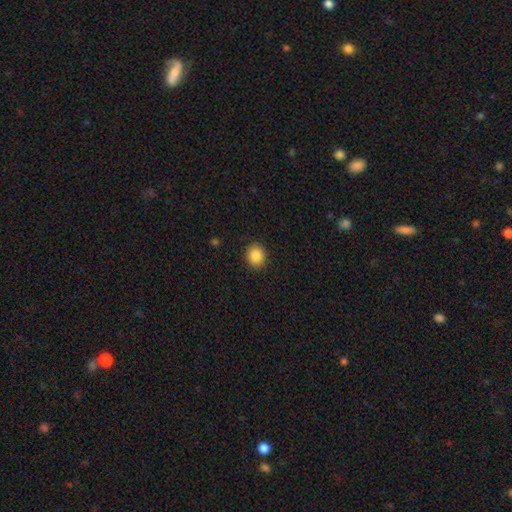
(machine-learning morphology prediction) smooth_or_featured: smooth (p=0.87) [alt: star or artifact p=0.09]
how_rounded: round (p=0.76) [alt: in between p=0.23]
merging: none (p=0.89) [alt: minor disturbance p=0.07]